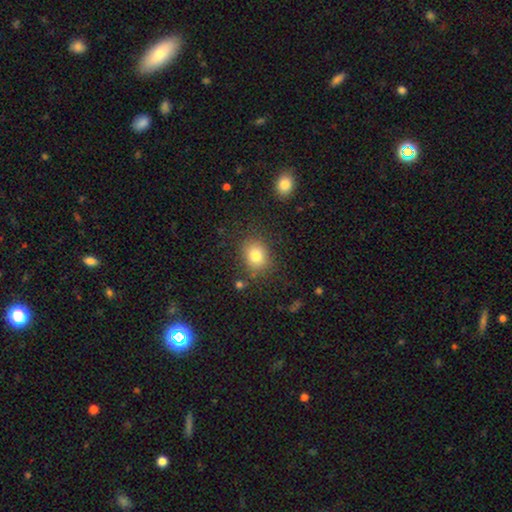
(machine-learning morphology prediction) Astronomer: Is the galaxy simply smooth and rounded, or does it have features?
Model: smooth — 80%.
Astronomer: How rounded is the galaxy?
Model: round — 60% (runner-up: in between, 39%).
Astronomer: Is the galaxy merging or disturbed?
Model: none — 82%.